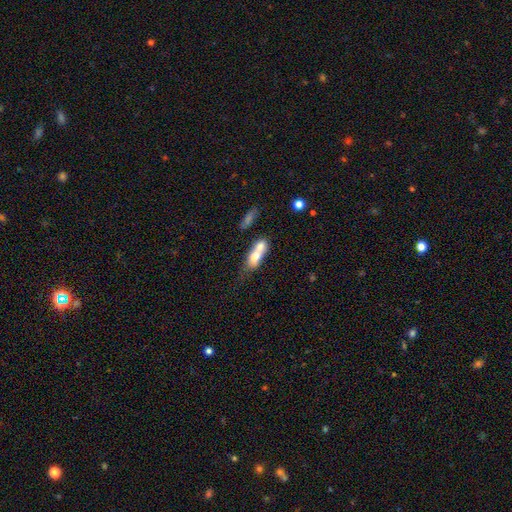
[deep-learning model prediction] A smooth galaxy with no disk features (63%) that is in between round and cigar-shaped (57%). Merging: merger (60%).